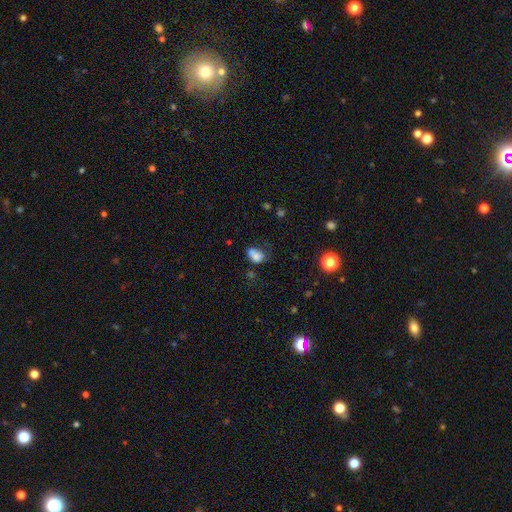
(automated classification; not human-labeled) This appears to be a smooth galaxy with no disk features (77%) that is in between round and cigar-shaped (75%). Merging: none (34%).